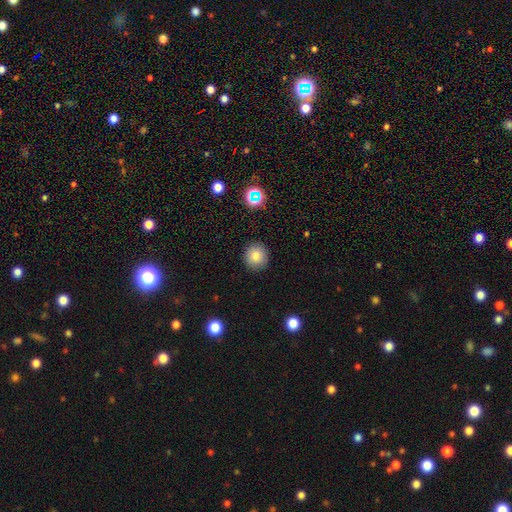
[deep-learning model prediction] smooth_or_featured: smooth (p=0.81) [alt: star or artifact p=0.11]
how_rounded: round (p=0.91) [alt: in between p=0.08]
merging: none (p=0.90) [alt: minor disturbance p=0.07]